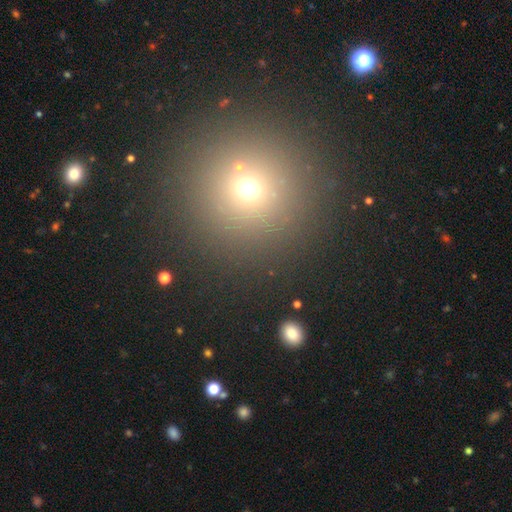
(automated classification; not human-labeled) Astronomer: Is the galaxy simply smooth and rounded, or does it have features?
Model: smooth — 53% (runner-up: star or artifact, 38%).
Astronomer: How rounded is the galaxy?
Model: round — 95%.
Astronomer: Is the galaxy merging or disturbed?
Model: none — 86%.